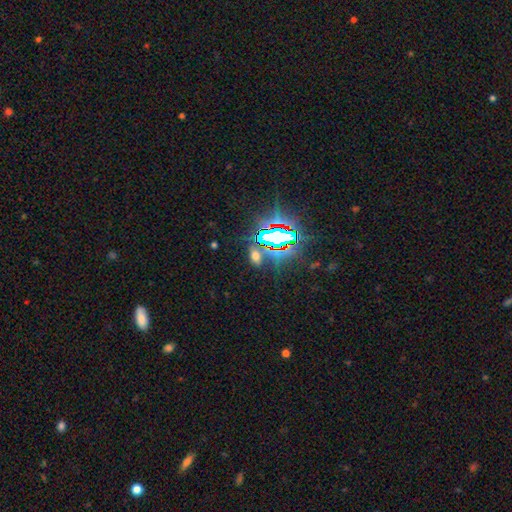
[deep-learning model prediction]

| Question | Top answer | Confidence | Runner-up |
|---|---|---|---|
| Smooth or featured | star or artifact | 47% | smooth (42%) |